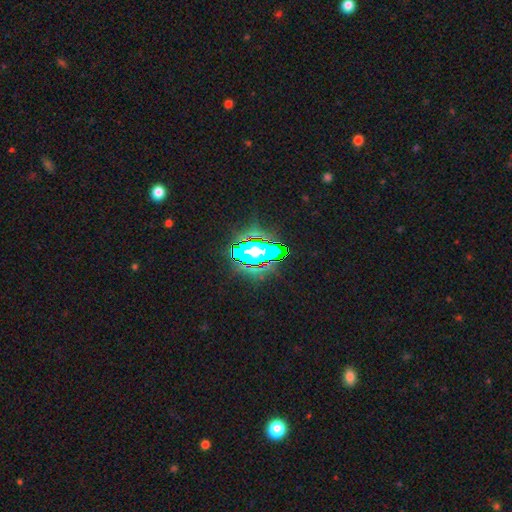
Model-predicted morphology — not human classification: This appears to be a star or artifact, not a galaxy (78%).